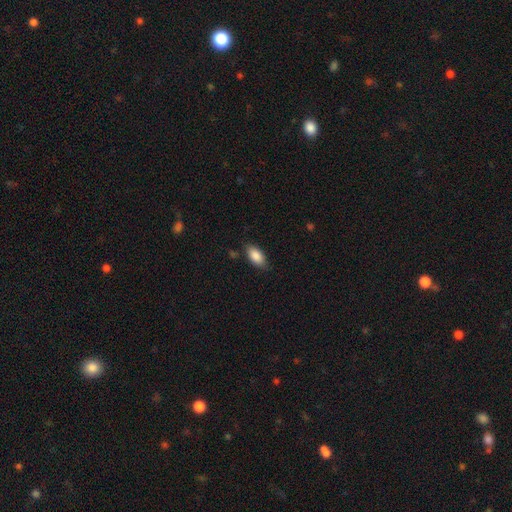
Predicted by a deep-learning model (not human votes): This is clearly a smooth galaxy (87%). How rounded: clearly in between (92%). Merging: likely none (79%).